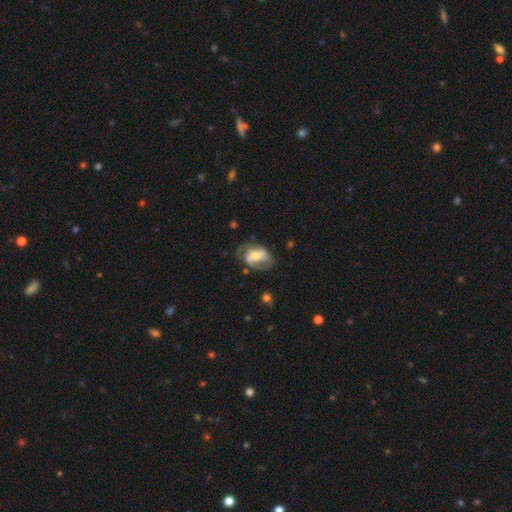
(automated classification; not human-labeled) smooth_or_featured: featured or disk (p=0.61) [alt: smooth p=0.32]
disk_edge_on: no (p=0.95) [alt: yes p=0.05]
bar: weak (p=0.36) [alt: strong p=0.33]
has_spiral_arms: yes (p=0.70) [alt: no p=0.30]
bulge_size: moderate (p=0.48) [alt: small p=0.36]
merging: none (p=0.49) [alt: minor disturbance p=0.26]